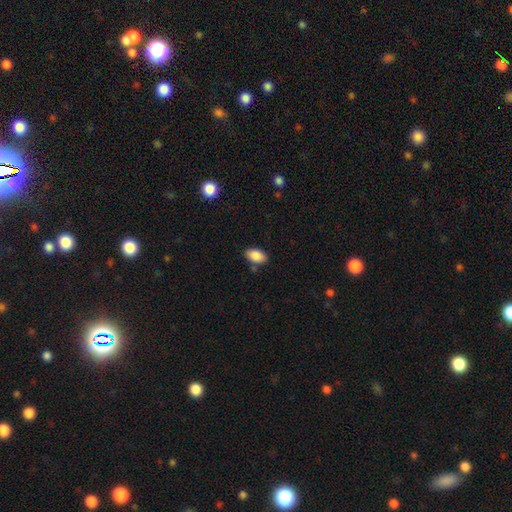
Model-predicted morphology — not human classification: Smooth or featured?
  - smooth: 87% *
  - star or artifact: 7%
  - featured or disk: 5%
How rounded?
  - in between: 92% *
  - round: 6%
  - cigar-shaped: 2%
Merging?
  - none: 81% *
  - minor disturbance: 13%
  - merger: 4%
  - major disturbance: 3%